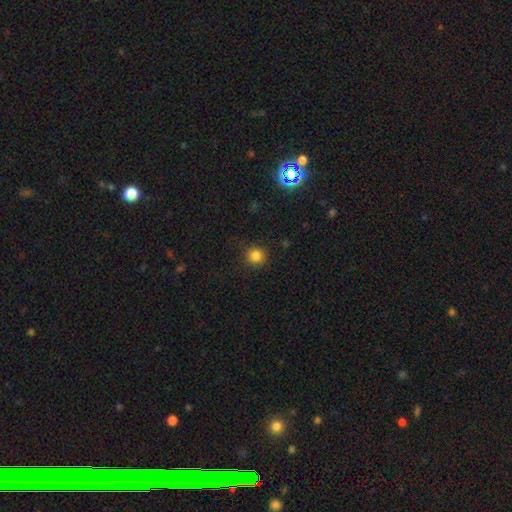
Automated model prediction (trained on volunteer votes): smooth-or-featured: smooth: 83% | star or artifact: 12% | featured or disk: 4%
  how-rounded: round: 93% | in between: 6% | cigar-shaped: 1%
  merging: none: 88% | minor disturbance: 8% | major disturbance: 3% | merger: 1%